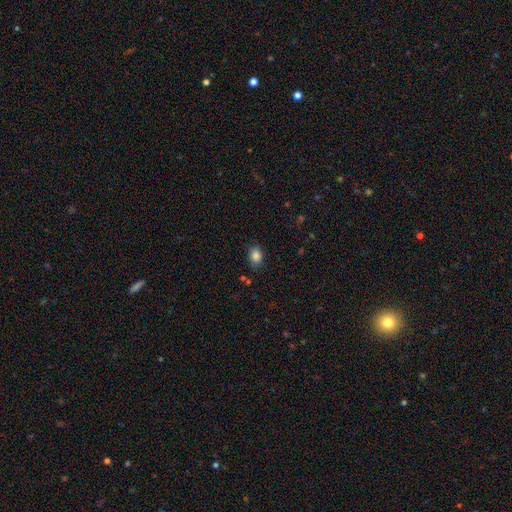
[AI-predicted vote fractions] Smooth or featured?
  - smooth: 85% *
  - star or artifact: 10%
  - featured or disk: 5%
How rounded?
  - in between: 70% *
  - round: 28%
  - cigar-shaped: 1%
Merging?
  - none: 82% *
  - minor disturbance: 13%
  - major disturbance: 3%
  - merger: 2%